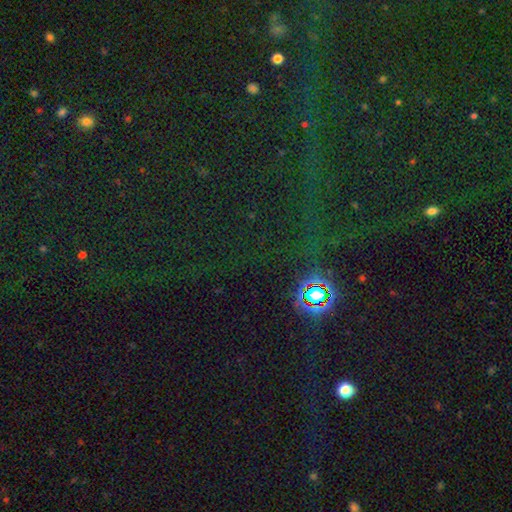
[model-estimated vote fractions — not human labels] This is clearly a star or artifact rather than a galaxy (83%).